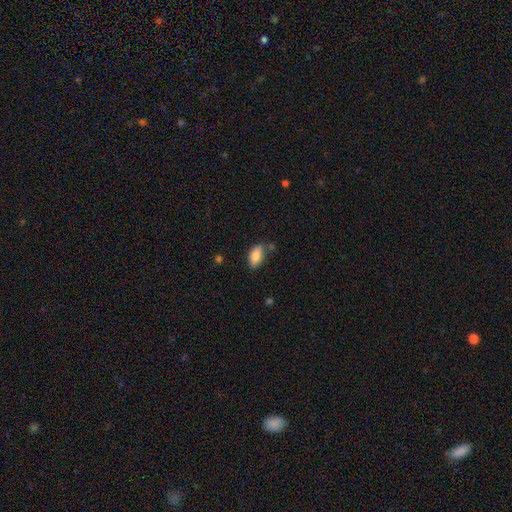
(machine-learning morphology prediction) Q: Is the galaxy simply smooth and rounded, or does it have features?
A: smooth — 84%.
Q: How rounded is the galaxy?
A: in between — 92%.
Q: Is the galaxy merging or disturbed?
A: none — 71%.